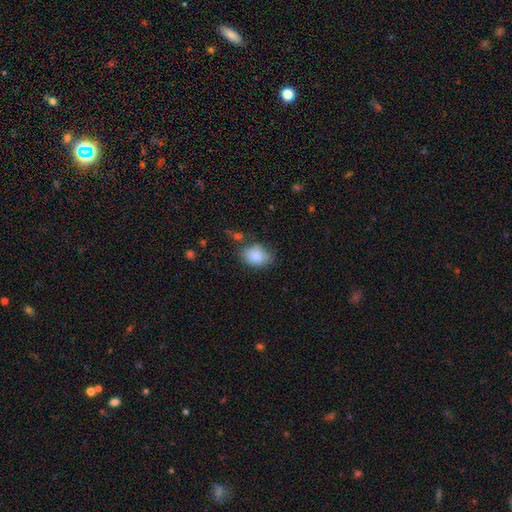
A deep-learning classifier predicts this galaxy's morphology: Overall: smooth (87%). How rounded: in between (73%). Merging: none (68%).